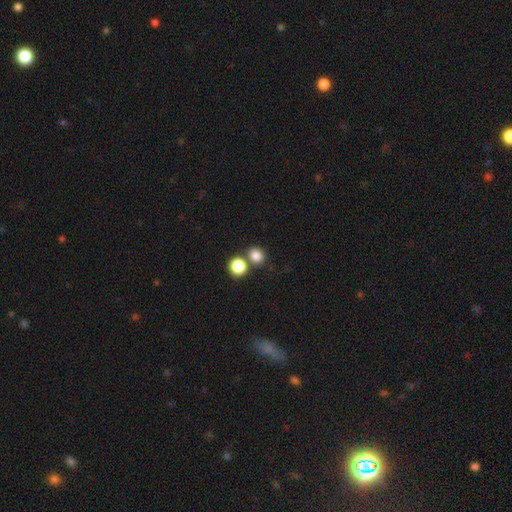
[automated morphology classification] Overall: smooth (82%). How rounded: round (77%). Merging: none (64%; merger 26%).